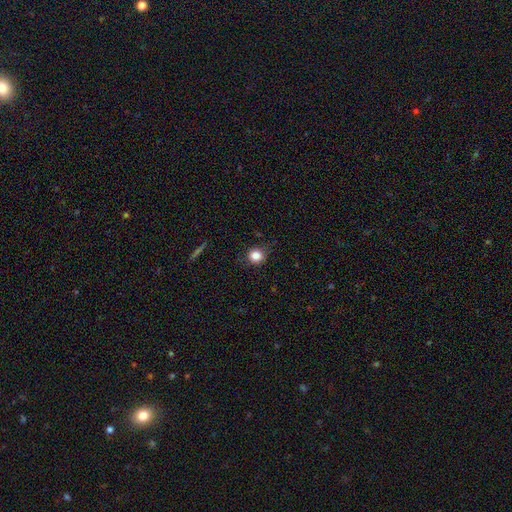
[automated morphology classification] A smooth galaxy with no disk features (82%) that is round (84%).

Vote fractions:
- Smooth or featured? smooth: 82% / star or artifact: 11% / featured or disk: 7%
- How rounded? round: 84% / in between: 15% / cigar-shaped: 1%
- Merging? none: 79% / minor disturbance: 16% / major disturbance: 4% / merger: 1%